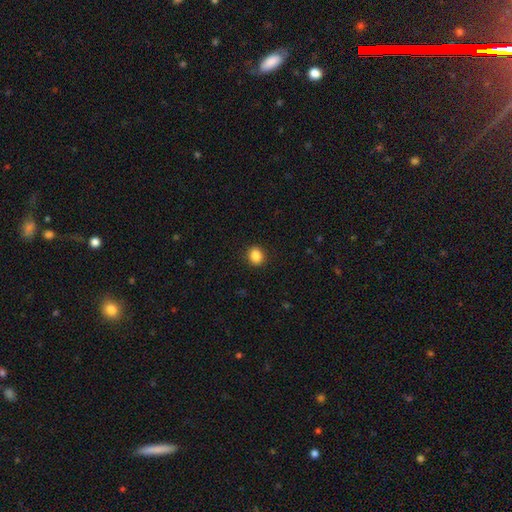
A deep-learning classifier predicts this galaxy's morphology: Smooth or featured: smooth — 87% (star or artifact — 10%)
How rounded: round — 65% (in between — 34%)
Merging: none — 91% (minor disturbance — 6%)